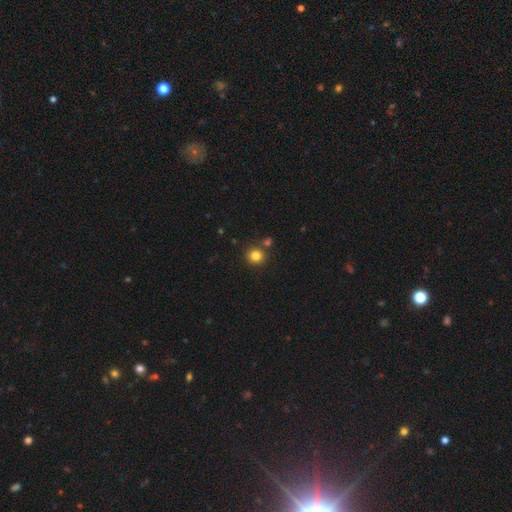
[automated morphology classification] Smooth or featured: smooth — 83% (star or artifact — 12%)
How rounded: round — 90% (in between — 9%)
Merging: none — 80% (merger — 10%)